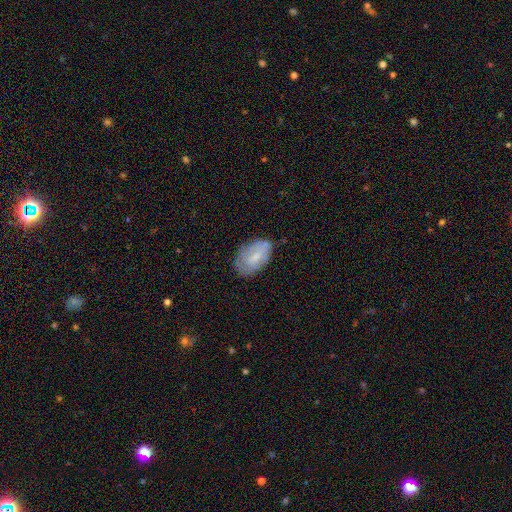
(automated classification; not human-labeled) A smooth galaxy with no disk features (62%) that is in between round and cigar-shaped (92%). Merging: none (66%).